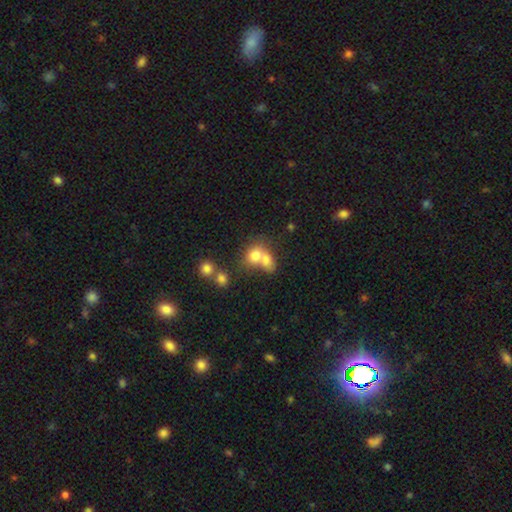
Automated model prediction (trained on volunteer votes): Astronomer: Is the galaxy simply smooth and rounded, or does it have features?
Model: smooth — 72%.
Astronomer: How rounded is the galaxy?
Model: in between — 57% (runner-up: round, 41%).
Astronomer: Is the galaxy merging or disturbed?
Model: merger — 63%.